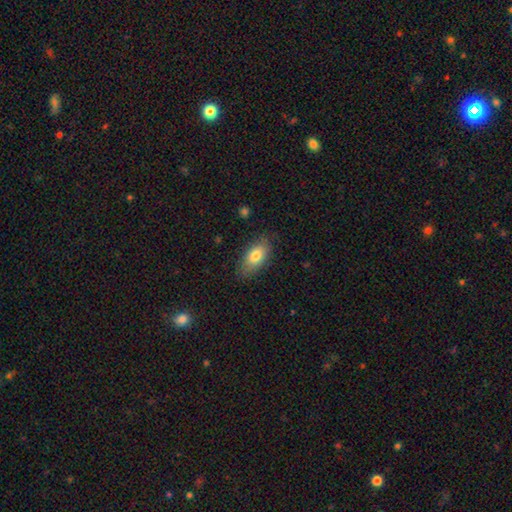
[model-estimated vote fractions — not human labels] smooth_or_featured: smooth (p=0.79) [alt: featured or disk p=0.14]
how_rounded: in between (p=0.90) [alt: cigar-shaped p=0.06]
merging: none (p=0.80) [alt: minor disturbance p=0.15]